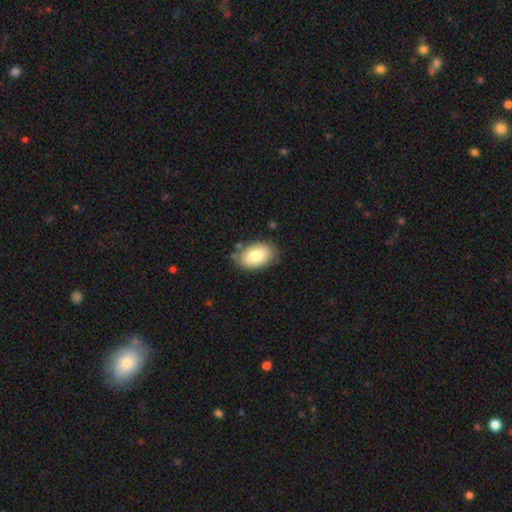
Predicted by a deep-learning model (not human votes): A smooth galaxy with no disk features (82%) that is in between round and cigar-shaped (92%).

Vote fractions:
- Smooth or featured? smooth: 82% / featured or disk: 12% / star or artifact: 7%
- How rounded? in between: 92% / round: 7% / cigar-shaped: 1%
- Merging? none: 80% / minor disturbance: 15% / major disturbance: 3% / merger: 2%